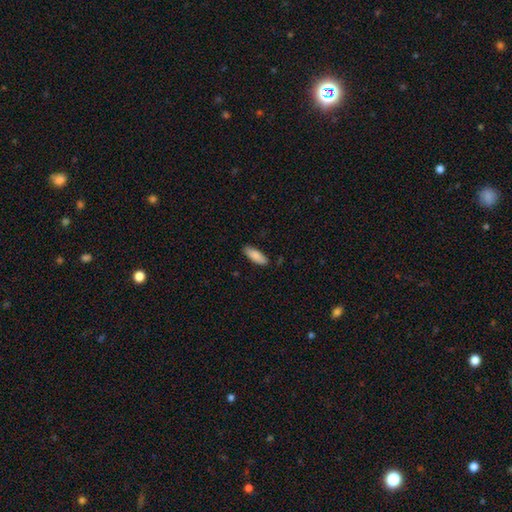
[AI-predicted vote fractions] Smooth or featured?
  - smooth: 88% *
  - featured or disk: 6%
  - star or artifact: 6%
How rounded?
  - in between: 68% *
  - cigar-shaped: 30%
  - round: 2%
Merging?
  - none: 84% *
  - minor disturbance: 12%
  - major disturbance: 2%
  - merger: 1%